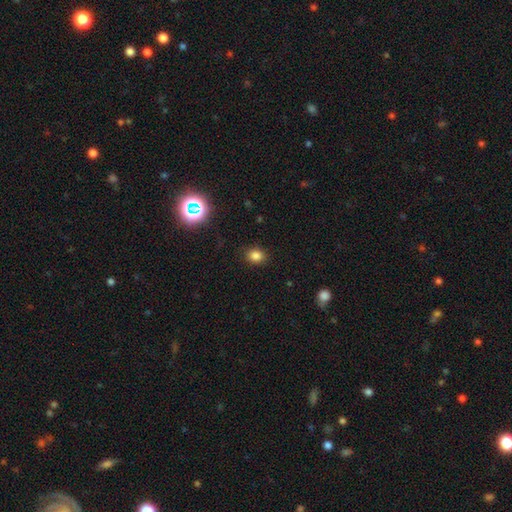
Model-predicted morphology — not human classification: Q: Smooth or featured?
A: smooth (80%); runner-up: star or artifact (15%)
Q: How rounded?
A: round (58%); runner-up: in between (41%)
Q: Merging?
A: none (88%); runner-up: minor disturbance (8%)